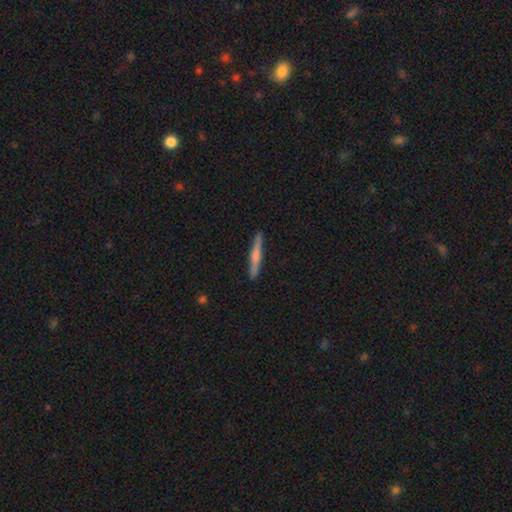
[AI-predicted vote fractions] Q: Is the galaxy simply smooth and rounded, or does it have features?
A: featured or disk — 57%.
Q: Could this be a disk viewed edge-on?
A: yes — 97%.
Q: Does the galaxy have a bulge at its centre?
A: rounded — 72%.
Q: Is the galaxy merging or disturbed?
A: none — 91%.